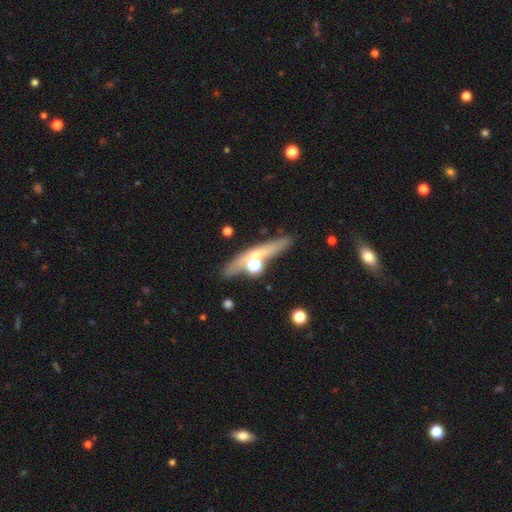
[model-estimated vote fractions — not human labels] Smooth or featured: featured or disk — 54% (smooth — 37%)
Edge-on disk: yes — 86% (no — 14%)
Merging: none — 71% (minor disturbance — 13%)